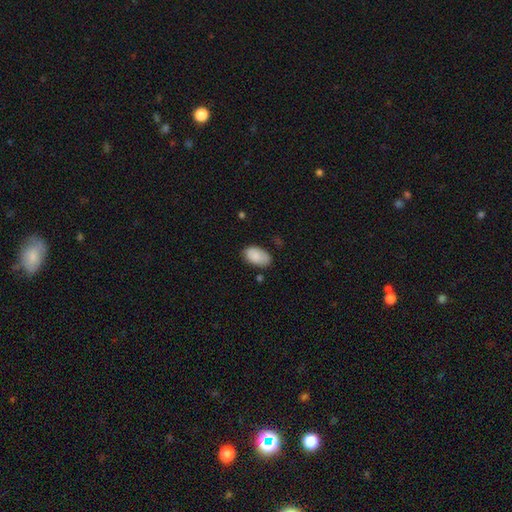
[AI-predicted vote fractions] Smooth or featured?
  - smooth: 87% *
  - star or artifact: 7%
  - featured or disk: 6%
How rounded?
  - in between: 94% *
  - round: 5%
  - cigar-shaped: 1%
Merging?
  - none: 72% *
  - minor disturbance: 21%
  - major disturbance: 4%
  - merger: 2%